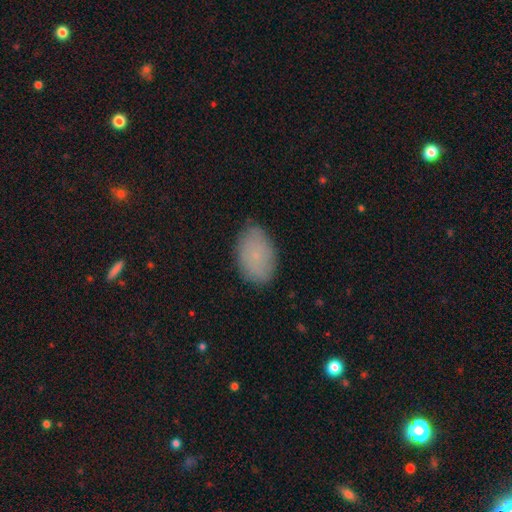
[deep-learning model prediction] This is likely a smooth galaxy (77%). How rounded: clearly in between (91%). Merging: clearly none (83%).